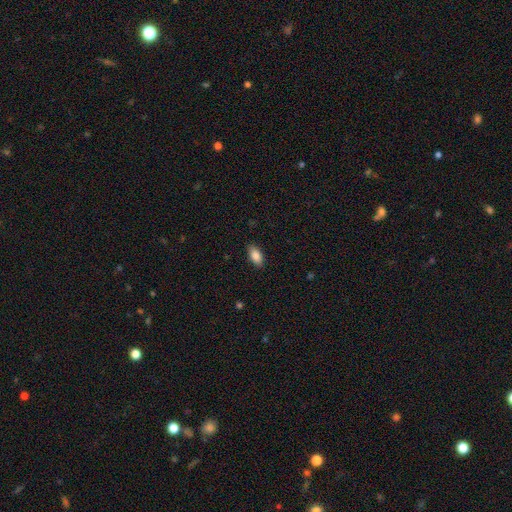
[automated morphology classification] A smooth galaxy with no disk features (87%) that is in between round and cigar-shaped (91%). Merging: none (88%).